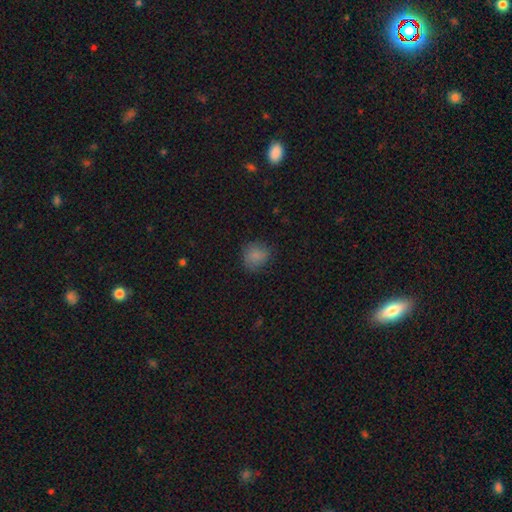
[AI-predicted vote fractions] smooth_or_featured: smooth (p=0.81) [alt: star or artifact p=0.10]
how_rounded: round (p=0.79) [alt: in between p=0.20]
merging: none (p=0.75) [alt: minor disturbance p=0.18]